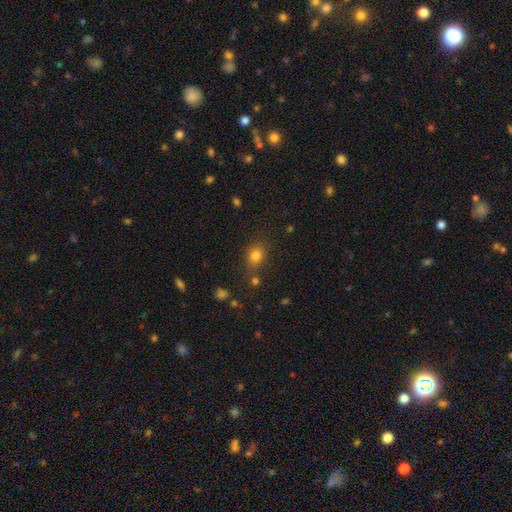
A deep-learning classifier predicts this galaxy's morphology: This is likely a smooth galaxy (80%). How rounded: possibly round (52%). Merging: likely none (73%).